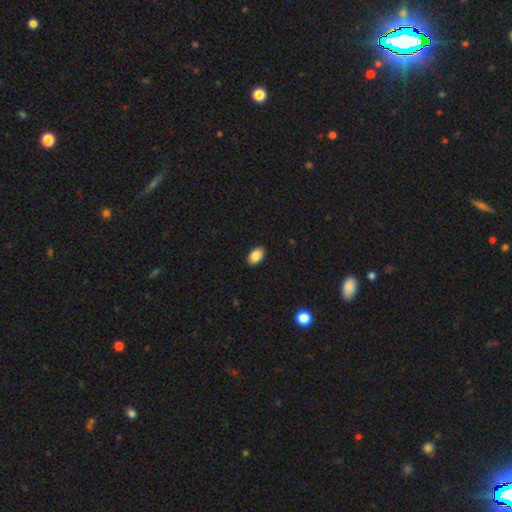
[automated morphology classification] This appears to be a smooth galaxy with no disk features (87%) that is in between round and cigar-shaped (90%). Merging: none (91%).